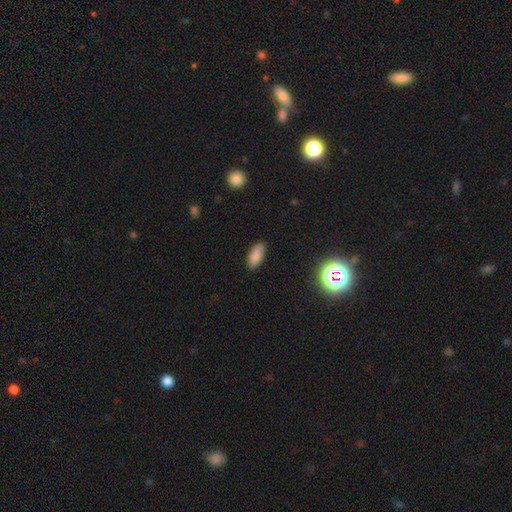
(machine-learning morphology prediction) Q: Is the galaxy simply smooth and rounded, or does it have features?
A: smooth — 86%.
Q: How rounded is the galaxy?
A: in between — 88%.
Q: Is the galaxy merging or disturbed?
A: none — 86%.